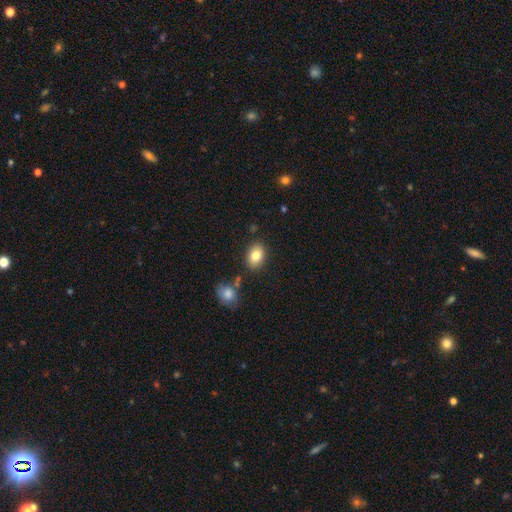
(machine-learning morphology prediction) Q: Smooth or featured?
A: smooth (83%); runner-up: star or artifact (8%)
Q: How rounded?
A: in between (78%); runner-up: round (21%)
Q: Merging?
A: none (84%); runner-up: minor disturbance (10%)